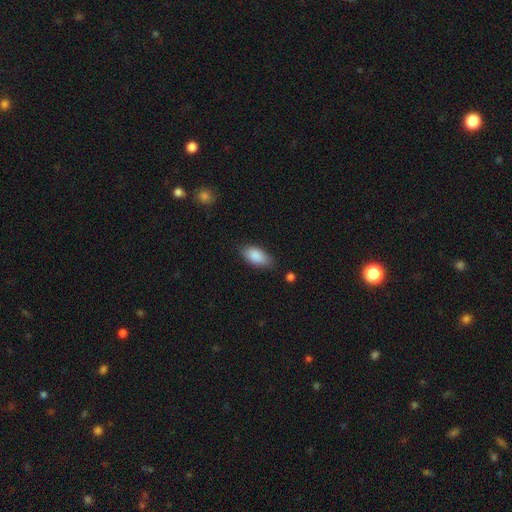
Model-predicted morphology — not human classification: Q: Smooth or featured?
A: smooth (86%); runner-up: featured or disk (7%)
Q: How rounded?
A: in between (89%); runner-up: cigar-shaped (8%)
Q: Merging?
A: none (79%); runner-up: minor disturbance (16%)